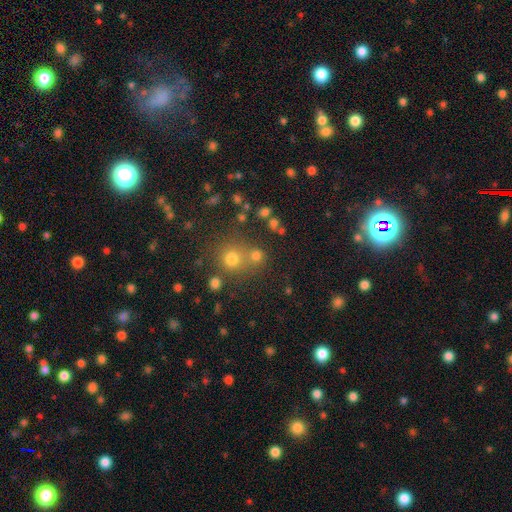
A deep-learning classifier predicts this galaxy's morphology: type=smooth (71%); roundness=round (85%); merging=none (56%).